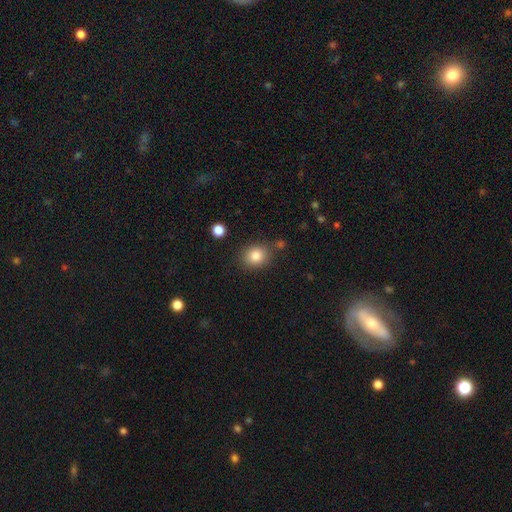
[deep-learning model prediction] The model was most divided on "how rounded": round: 70%, in between: 29%, cigar-shaped: 1%. More confident: smooth or featured — smooth (83%); merging — none (79%).